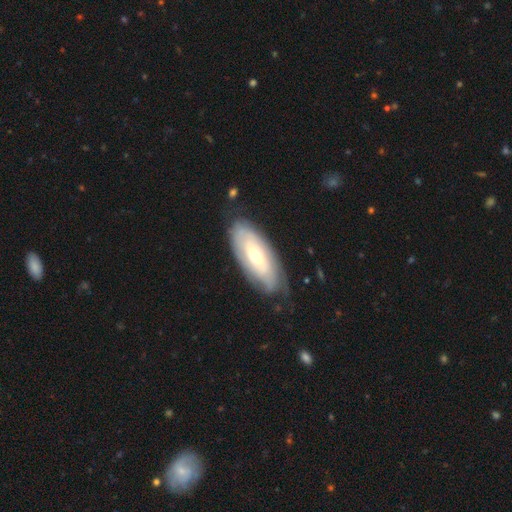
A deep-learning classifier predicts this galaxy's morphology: smooth_or_featured: featured or disk (p=0.58) [alt: smooth p=0.36]
disk_edge_on: no (p=0.84) [alt: yes p=0.16]
merging: none (p=0.72) [alt: minor disturbance p=0.21]